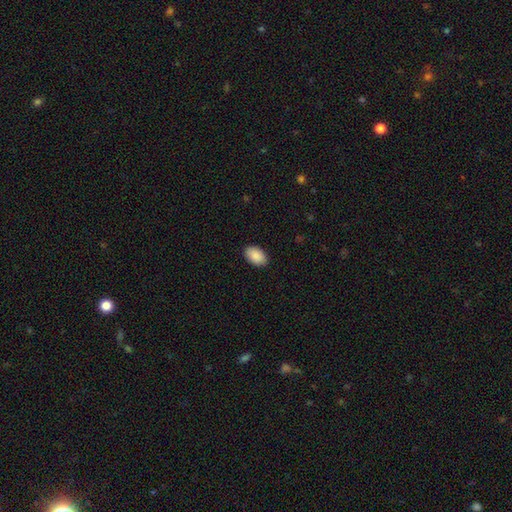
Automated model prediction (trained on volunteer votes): This is clearly a smooth galaxy (90%). How rounded: clearly in between (93%). Merging: clearly none (89%).